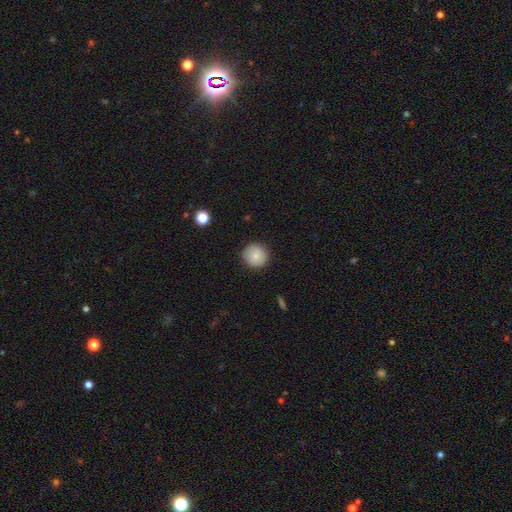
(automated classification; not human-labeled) This is clearly a smooth galaxy (83%). How rounded: clearly round (94%). Merging: clearly none (89%).